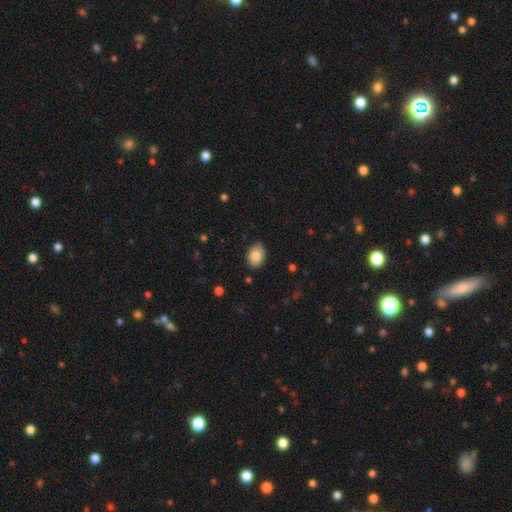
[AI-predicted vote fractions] smooth 86%, star or artifact 7%, featured or disk 7%. Down the decision tree: how rounded — in between (80%); merging — none (86%).